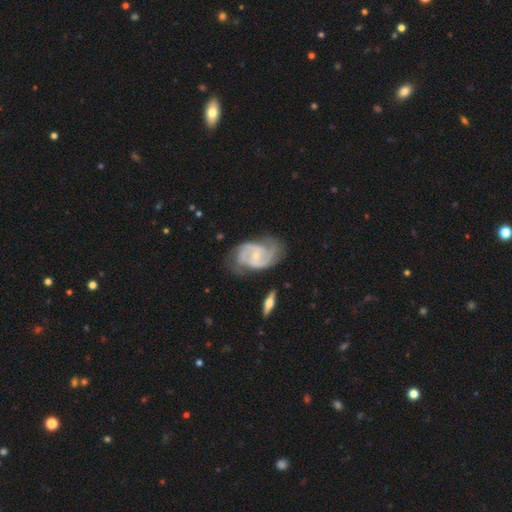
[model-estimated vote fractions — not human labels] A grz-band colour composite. It shows a featured or disk galaxy (89%) with no bar (51%), 2 (69%) medium (53%) spiral arms (97%) and a small central bulge (69%). Merging: none (63%).